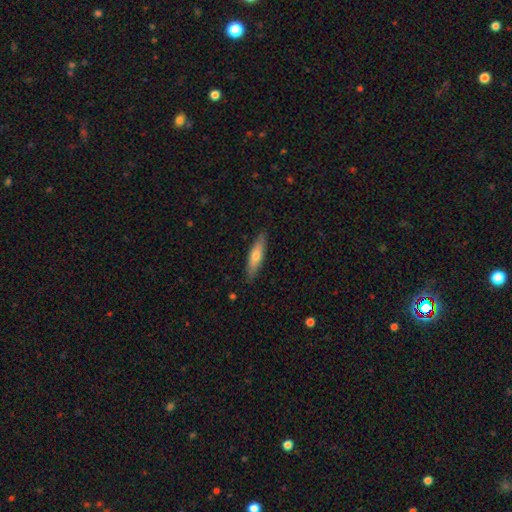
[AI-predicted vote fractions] Q: Smooth or featured?
A: smooth (61%); runner-up: featured or disk (33%)
Q: How rounded?
A: cigar-shaped (75%); runner-up: in between (23%)
Q: Merging?
A: none (88%); runner-up: minor disturbance (10%)